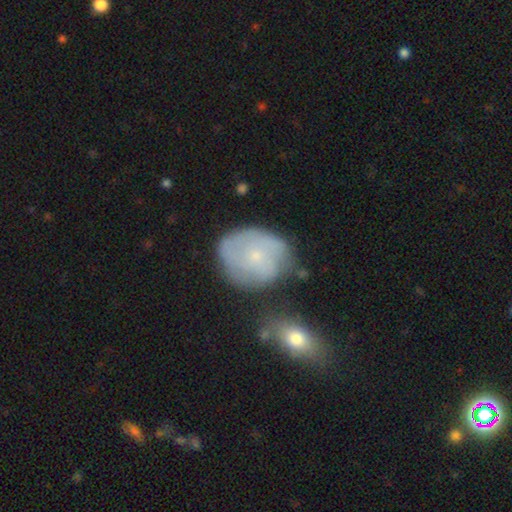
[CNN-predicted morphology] Smooth or featured? Predicted: smooth (p=0.47). Merging? Predicted: none (p=0.56).